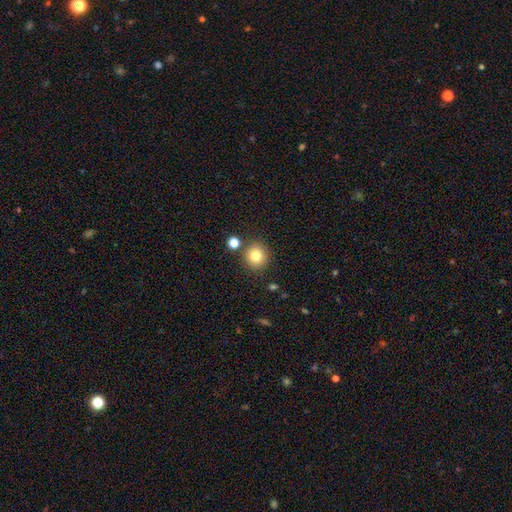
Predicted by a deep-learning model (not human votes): A smooth galaxy with no disk features (82%) that is round (90%).

Vote fractions:
- Smooth or featured? smooth: 82% / star or artifact: 11% / featured or disk: 7%
- How rounded? round: 90% / in between: 9% / cigar-shaped: 1%
- Merging? none: 84% / minor disturbance: 7% / merger: 6% / major disturbance: 2%